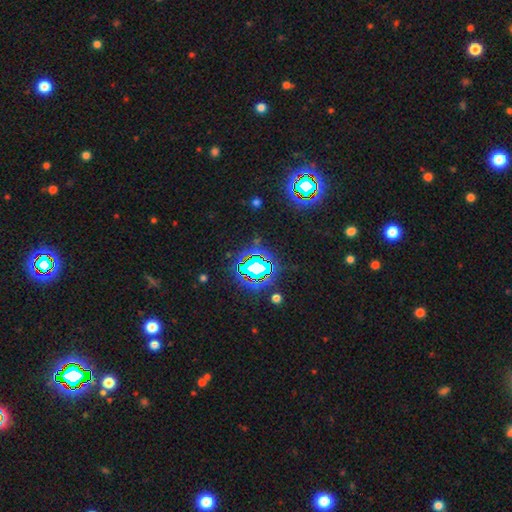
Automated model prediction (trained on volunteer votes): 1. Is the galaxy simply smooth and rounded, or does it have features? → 82% star or artifact, 11% smooth, 7% featured or disk.